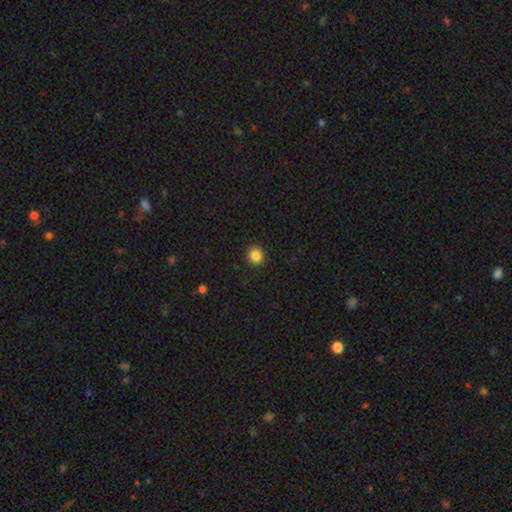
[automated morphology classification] Overall: smooth (86%). How rounded: round (84%). Merging: none (91%).